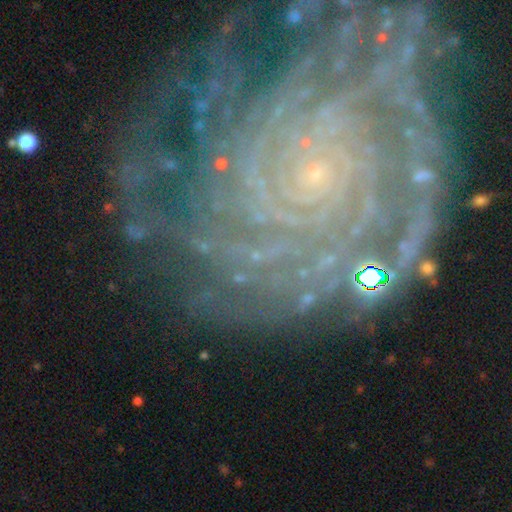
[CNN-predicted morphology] Smooth or featured: featured or disk — 87% (star or artifact — 9%)
Edge-on disk: no — 97% (yes — 3%)
Bar: no — 77% (weak — 14%)
Spiral arms: yes — 98% (no — 2%)
Spiral winding: tight — 85% (medium — 12%)
Spiral arm count: more than 4 — 28% (can't tell — 18%)
Bulge size: small — 82% (moderate — 11%)
Merging: none — 72% (minor disturbance — 15%)